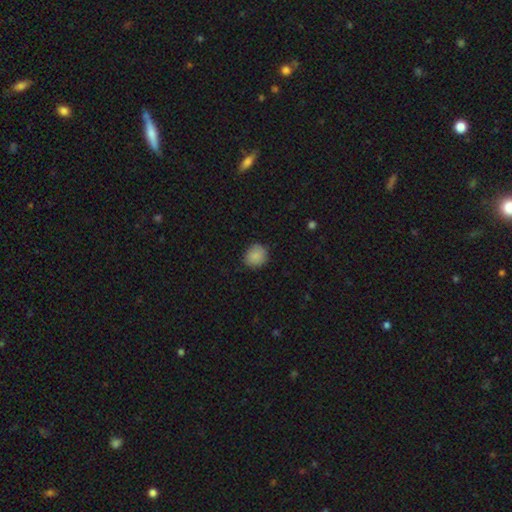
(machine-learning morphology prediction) Smooth or featured: smooth — 87% (star or artifact — 9%)
How rounded: round — 79% (in between — 20%)
Merging: none — 82% (minor disturbance — 14%)